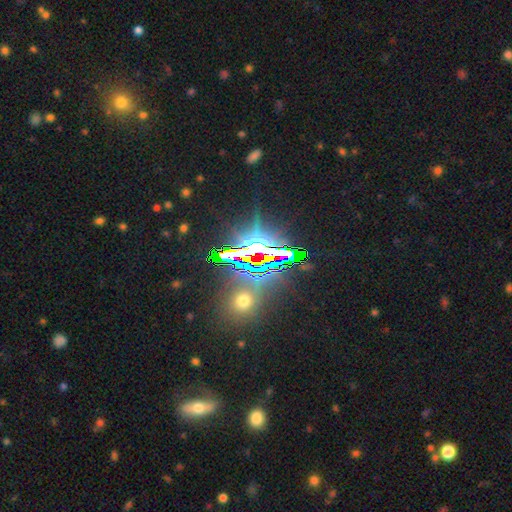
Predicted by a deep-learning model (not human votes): Morphology: type=star or artifact (81%).